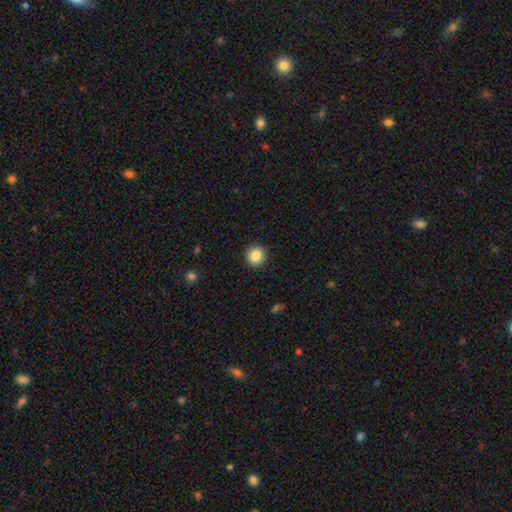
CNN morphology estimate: Q: Smooth or featured?
A: smooth (84%); runner-up: star or artifact (10%)
Q: How rounded?
A: round (92%); runner-up: in between (7%)
Q: Merging?
A: none (92%); runner-up: minor disturbance (5%)